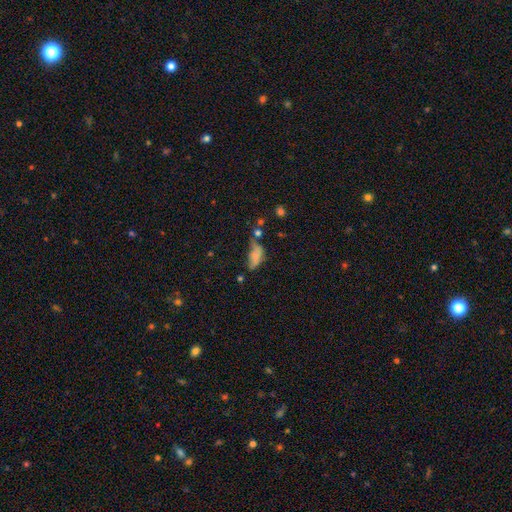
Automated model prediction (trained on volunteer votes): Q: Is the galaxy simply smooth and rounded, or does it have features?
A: smooth — 64%.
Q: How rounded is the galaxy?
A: in between — 73%.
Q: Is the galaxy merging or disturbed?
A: major disturbance — 31%.